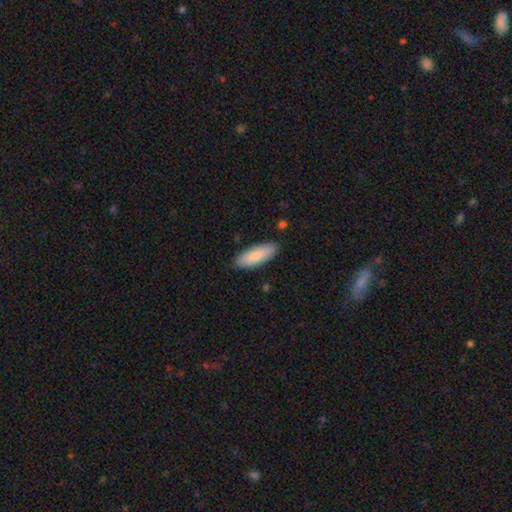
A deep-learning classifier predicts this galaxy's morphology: This is clearly a smooth galaxy (85%). How rounded: likely in between (65%). Merging: clearly none (87%).